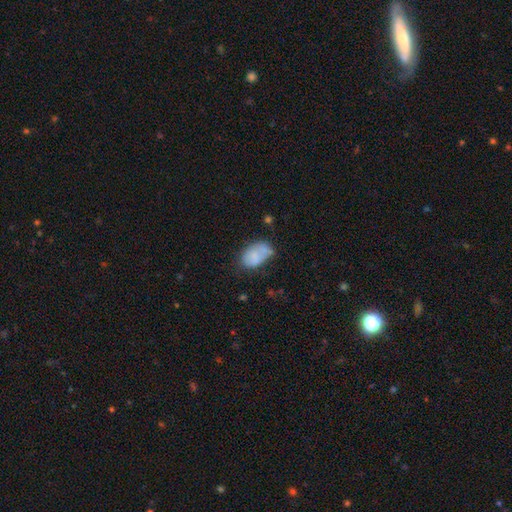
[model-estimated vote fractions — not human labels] smooth_or_featured: smooth (p=0.74) [alt: featured or disk p=0.18]
how_rounded: in between (p=0.88) [alt: round p=0.10]
merging: none (p=0.41) [alt: minor disturbance p=0.32]